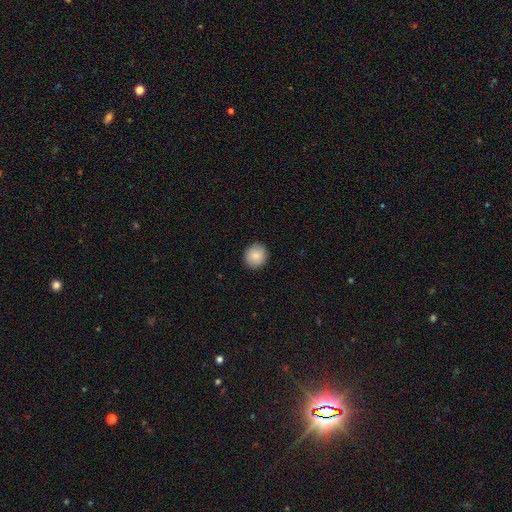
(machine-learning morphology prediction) smooth 85%, featured or disk 8%, star or artifact 7%. Down the decision tree: how rounded — round (86%); merging — none (90%).